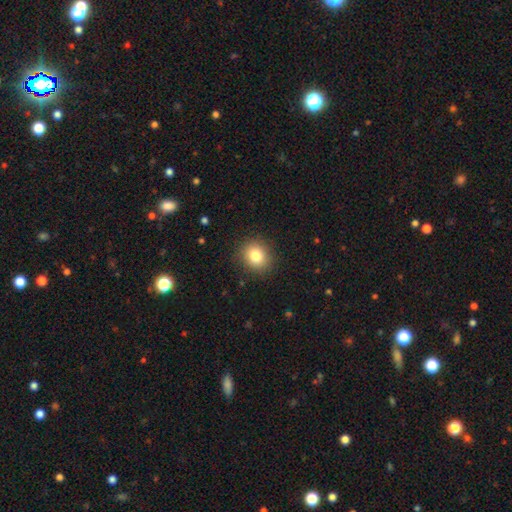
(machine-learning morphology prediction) smooth_or_featured: smooth (p=0.81) [alt: star or artifact p=0.11]
how_rounded: round (p=0.74) [alt: in between p=0.25]
merging: none (p=0.90) [alt: minor disturbance p=0.07]